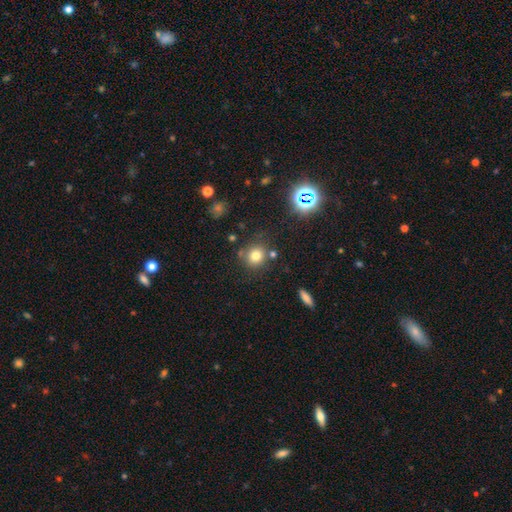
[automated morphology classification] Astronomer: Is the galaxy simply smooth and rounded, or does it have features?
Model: smooth — 75%.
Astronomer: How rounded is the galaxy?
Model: round — 86%.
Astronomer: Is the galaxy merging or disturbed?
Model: none — 75%.